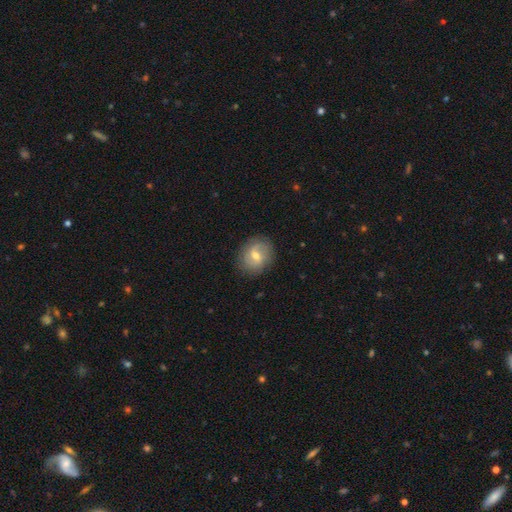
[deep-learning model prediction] Overall: featured or disk (50%; smooth 41%). Edge-on disk: no (95%). Merging: none (84%).